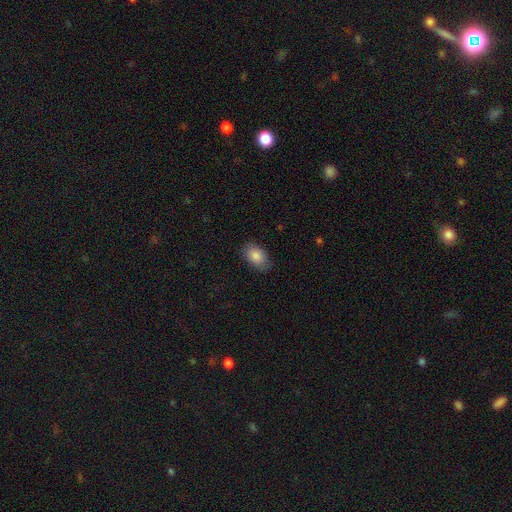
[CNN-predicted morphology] Smooth or featured?
  - smooth: 86% *
  - star or artifact: 7%
  - featured or disk: 7%
How rounded?
  - in between: 89% *
  - round: 10%
  - cigar-shaped: 1%
Merging?
  - none: 82% *
  - minor disturbance: 14%
  - major disturbance: 3%
  - merger: 1%